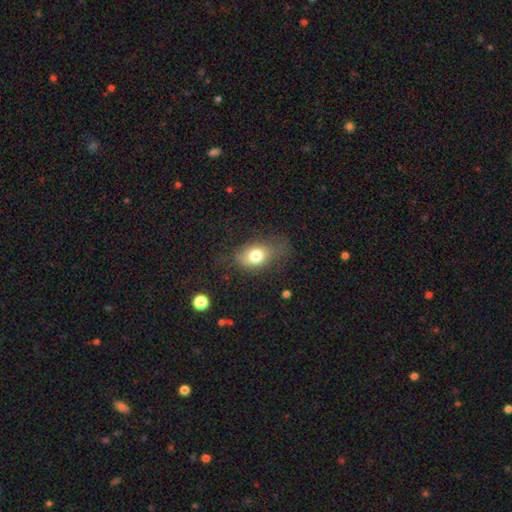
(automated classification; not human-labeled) Morphology: type=smooth (75%); roundness=in between (70%); merging=none (56%).